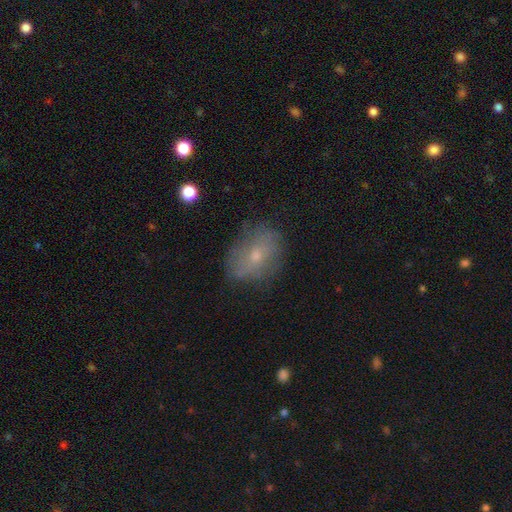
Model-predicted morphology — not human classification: type=smooth (53%); roundness=in between (67%); merging=none (68%).